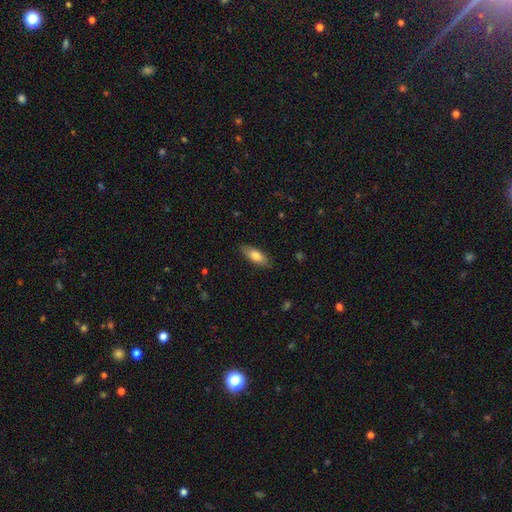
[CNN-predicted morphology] A smooth galaxy with no disk features (77%) that is in between round and cigar-shaped (75%).

Vote fractions:
- Smooth or featured? smooth: 77% / featured or disk: 16% / star or artifact: 6%
- How rounded? in between: 75% / cigar-shaped: 23% / round: 2%
- Merging? none: 86% / minor disturbance: 11% / major disturbance: 2% / merger: 1%